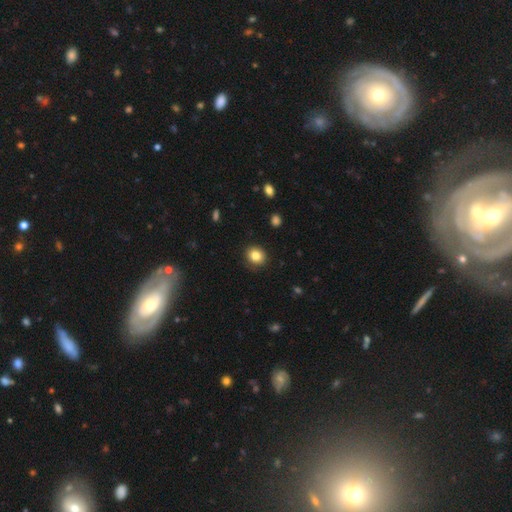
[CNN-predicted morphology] This appears to be a smooth galaxy with no disk features (84%) that is round (73%). Merging: none (86%).